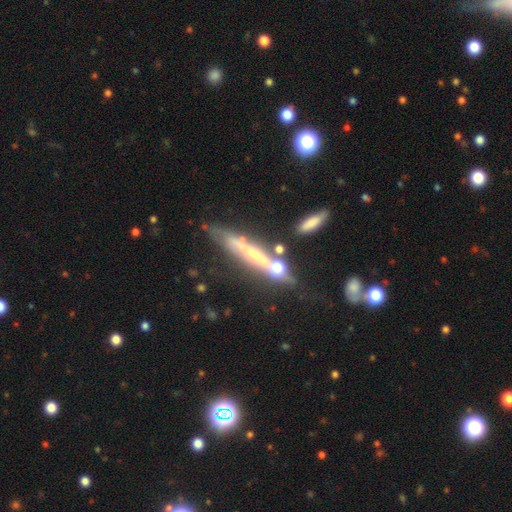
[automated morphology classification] type=featured or disk (69%); edge-on=yes (82%); edge-on bulge=rounded (54%); merging=none (52%).